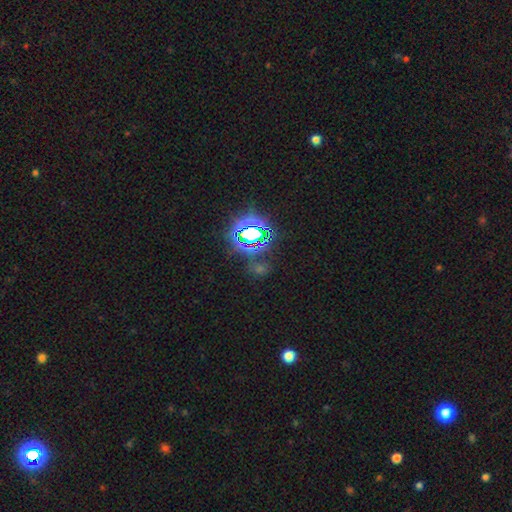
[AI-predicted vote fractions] smooth-or-featured: star or artifact: 71% | smooth: 21% | featured or disk: 8%